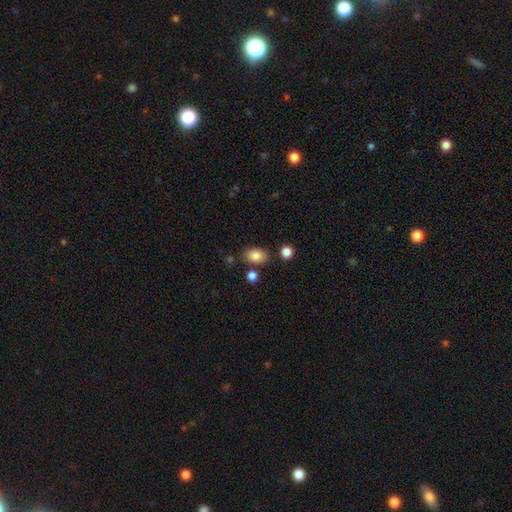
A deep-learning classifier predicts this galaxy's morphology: type=smooth (85%); roundness=in between (82%); merging=none (79%).